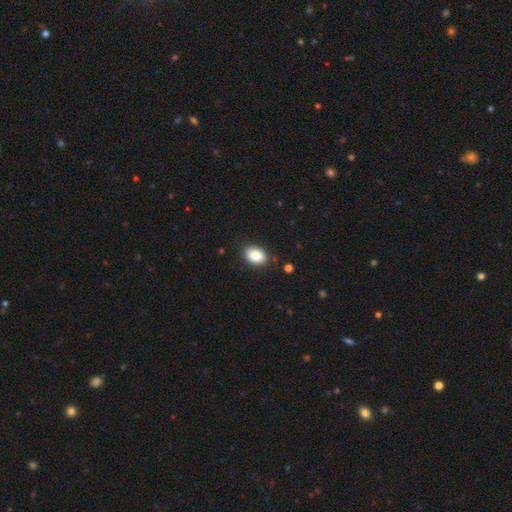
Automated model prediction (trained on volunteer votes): smooth 88%, star or artifact 8%, featured or disk 5%. Down the decision tree: how rounded — in between (82%); merging — none (85%).